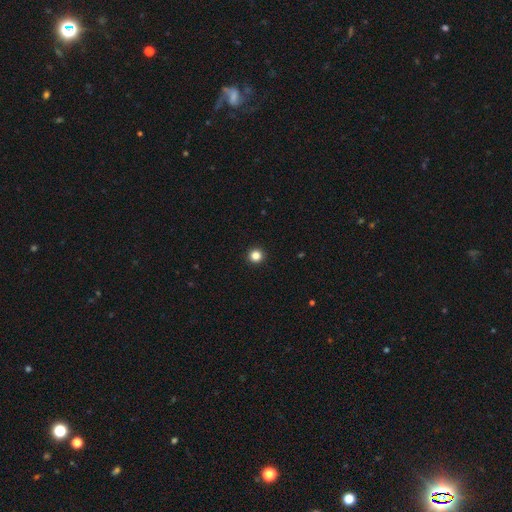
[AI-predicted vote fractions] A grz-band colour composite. It shows a smooth galaxy with no disk features (84%) that is round (96%). Merging: none (94%).